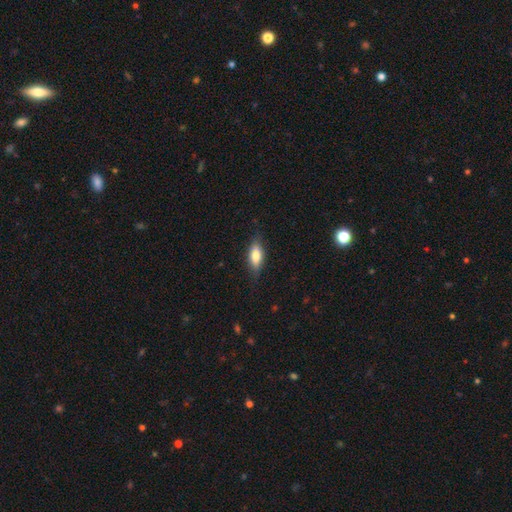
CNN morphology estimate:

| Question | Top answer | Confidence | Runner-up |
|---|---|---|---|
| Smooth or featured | smooth | 69% | featured or disk (24%) |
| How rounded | in between | 76% | cigar-shaped (20%) |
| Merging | none | 77% | minor disturbance (18%) |